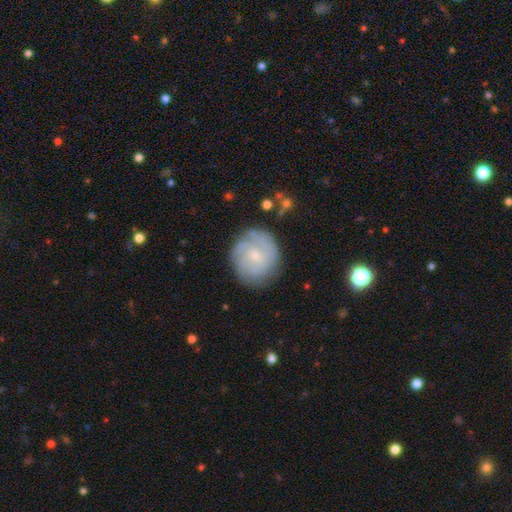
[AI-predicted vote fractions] This appears to be a featured or disk galaxy (61%) with no bar (64%), tight (56%) spiral arms (84%) and a small central bulge (70%). Merging: none (76%).